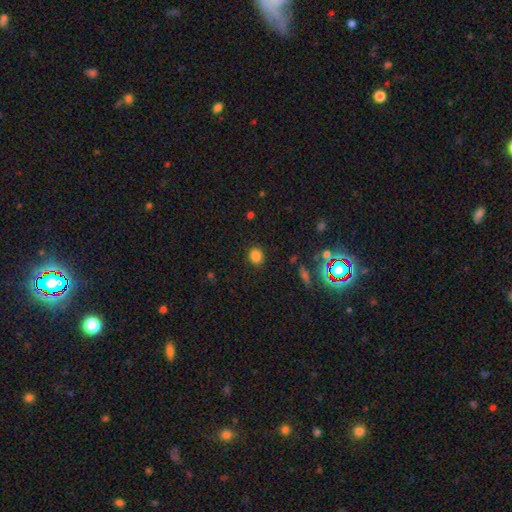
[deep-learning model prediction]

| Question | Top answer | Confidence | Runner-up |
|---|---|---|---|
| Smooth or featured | smooth | 82% | star or artifact (13%) |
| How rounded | round | 63% | in between (36%) |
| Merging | none | 88% | minor disturbance (8%) |